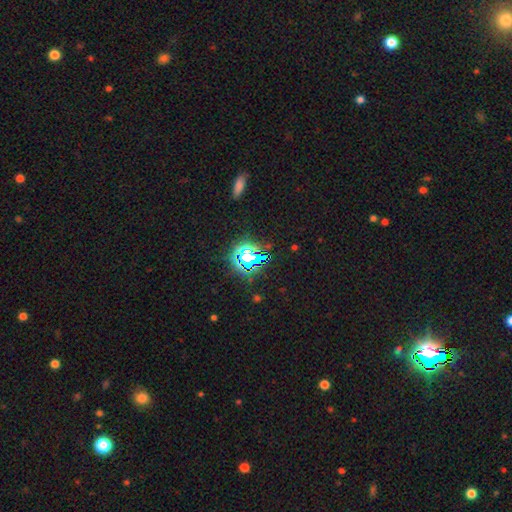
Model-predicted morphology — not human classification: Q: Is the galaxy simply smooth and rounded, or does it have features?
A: star or artifact — 76%.